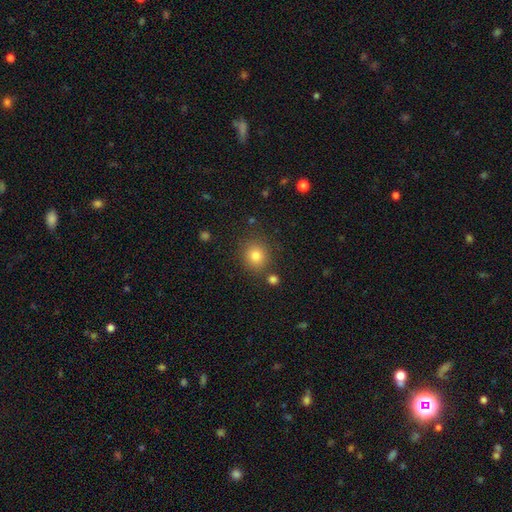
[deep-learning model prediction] Smooth or featured: smooth — 81% (star or artifact — 12%)
How rounded: round — 82% (in between — 17%)
Merging: none — 83% (minor disturbance — 9%)